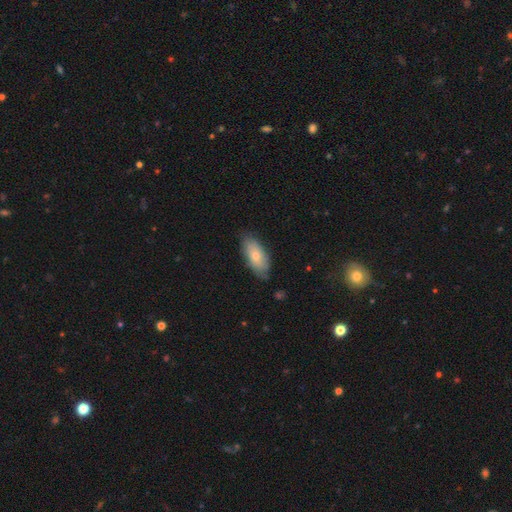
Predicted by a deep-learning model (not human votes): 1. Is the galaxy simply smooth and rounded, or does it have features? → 72% smooth, 22% featured or disk, 6% star or artifact.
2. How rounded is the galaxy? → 87% in between, 10% cigar-shaped, 3% round.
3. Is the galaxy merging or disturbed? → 77% none, 19% minor disturbance, 3% major disturbance, 1% merger.